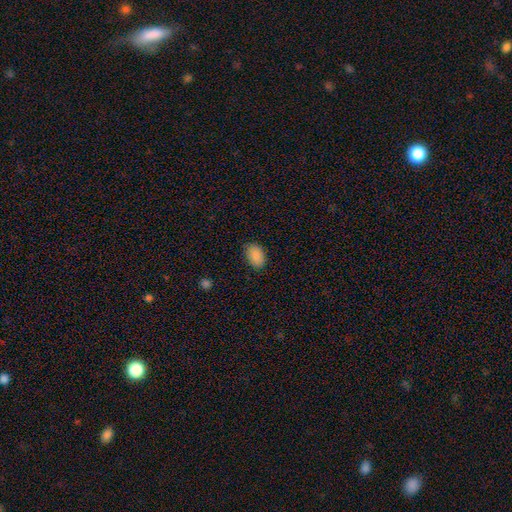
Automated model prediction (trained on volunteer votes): smooth 89%, star or artifact 8%, featured or disk 4%. Down the decision tree: how rounded — in between (88%); merging — none (82%).